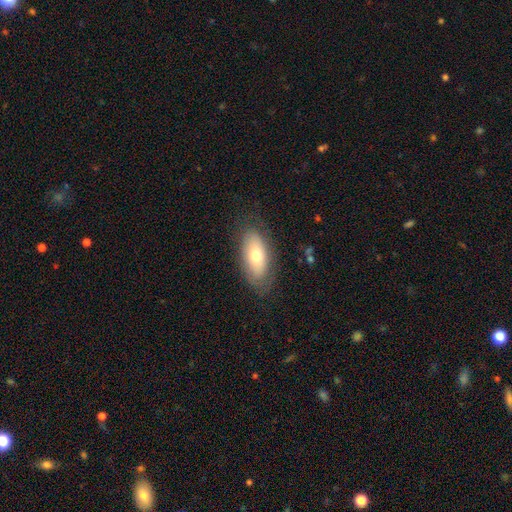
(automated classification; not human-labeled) smooth-or-featured: smooth: 64% | featured or disk: 29% | star or artifact: 7%
  how-rounded: in between: 90% | cigar-shaped: 6% | round: 4%
  merging: none: 77% | minor disturbance: 16% | major disturbance: 6% | merger: 1%